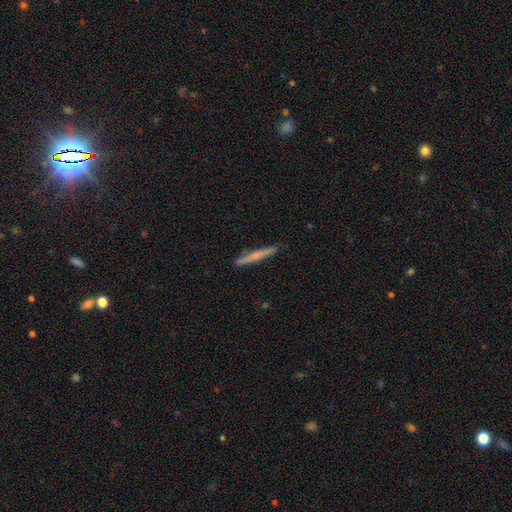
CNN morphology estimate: Q: Smooth or featured?
A: smooth (59%); runner-up: featured or disk (36%)
Q: How rounded?
A: cigar-shaped (96%); runner-up: in between (2%)
Q: Merging?
A: none (90%); runner-up: minor disturbance (7%)